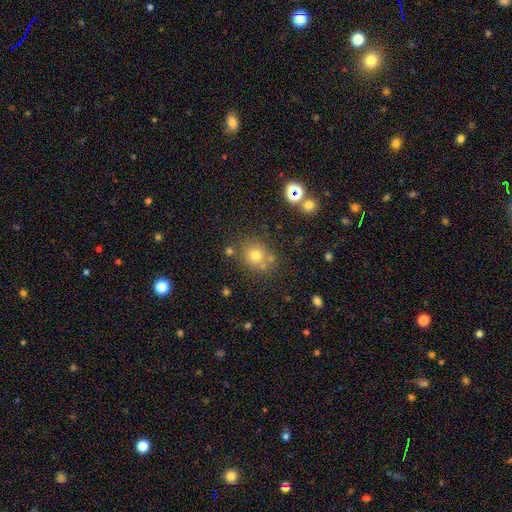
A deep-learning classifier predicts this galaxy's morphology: smooth_or_featured: smooth (p=0.70) [alt: star or artifact p=0.18]
how_rounded: round (p=0.83) [alt: in between p=0.16]
merging: none (p=0.72) [alt: minor disturbance p=0.12]